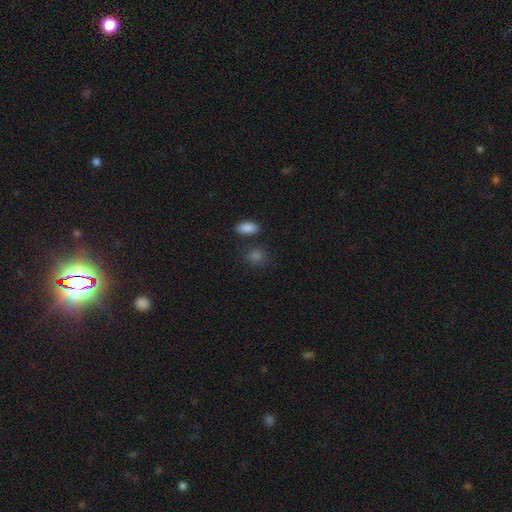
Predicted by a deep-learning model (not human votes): Morphology: type=smooth (79%); roundness=in between (54%); merging=none (74%).